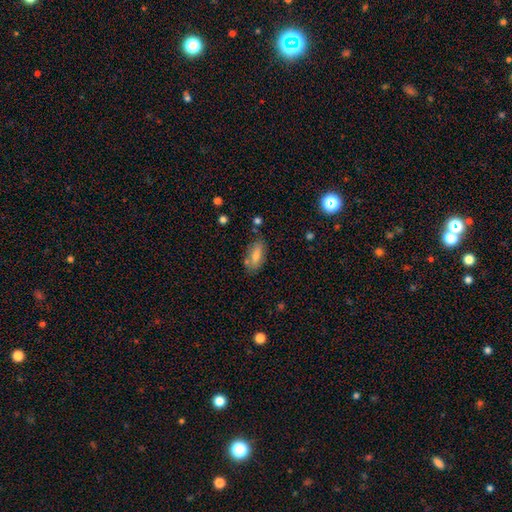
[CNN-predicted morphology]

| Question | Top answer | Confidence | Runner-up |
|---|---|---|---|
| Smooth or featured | smooth | 68% | featured or disk (23%) |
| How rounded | in between | 80% | cigar-shaped (16%) |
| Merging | none | 75% | minor disturbance (15%) |